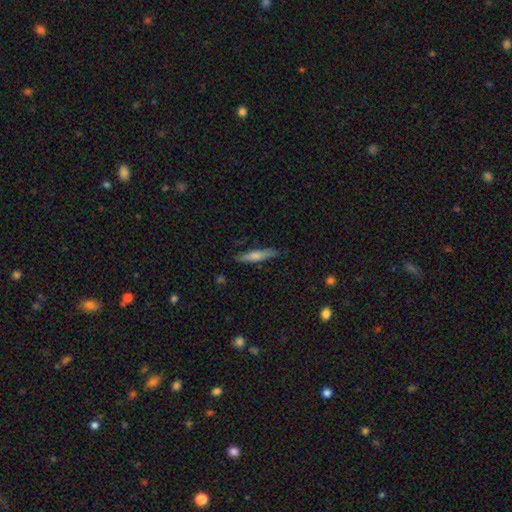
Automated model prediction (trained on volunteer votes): Overall: smooth (69%). How rounded: cigar-shaped (87%). Merging: none (84%).